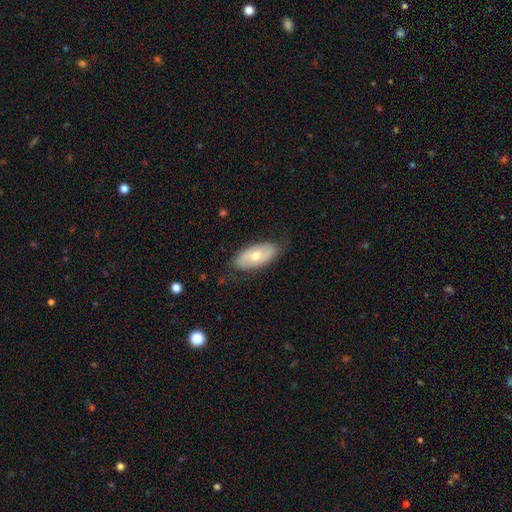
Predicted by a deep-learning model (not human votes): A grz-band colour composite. It shows a smooth galaxy with no disk features (60%) that is in between round and cigar-shaped (92%). Merging: none (78%).